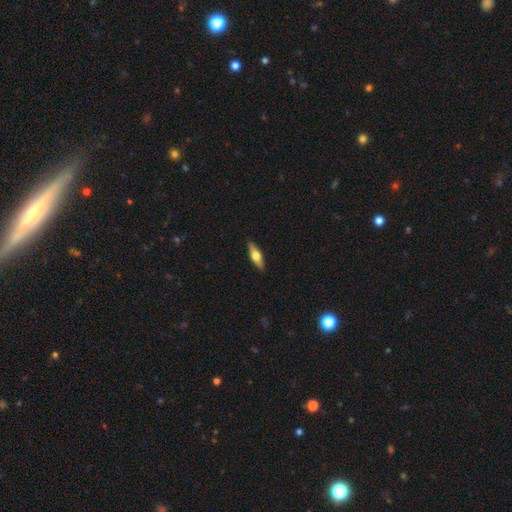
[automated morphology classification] The model was most divided on "smooth or featured": featured or disk: 48%, smooth: 47%, star or artifact: 6%. More confident: merging — none (89%).